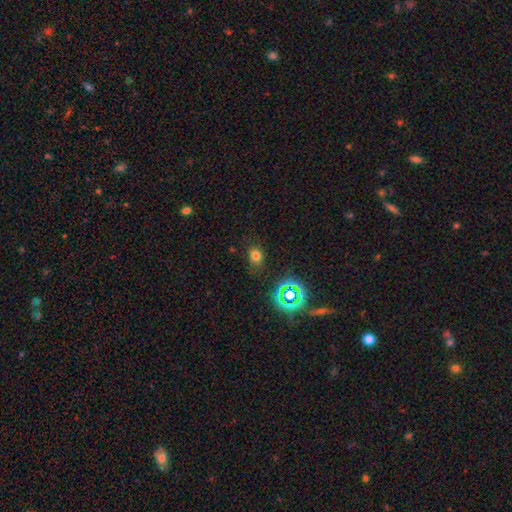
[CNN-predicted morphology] Q: Smooth or featured?
A: smooth (70%); runner-up: star or artifact (23%)
Q: How rounded?
A: round (54%); runner-up: in between (45%)
Q: Merging?
A: none (80%); runner-up: minor disturbance (14%)